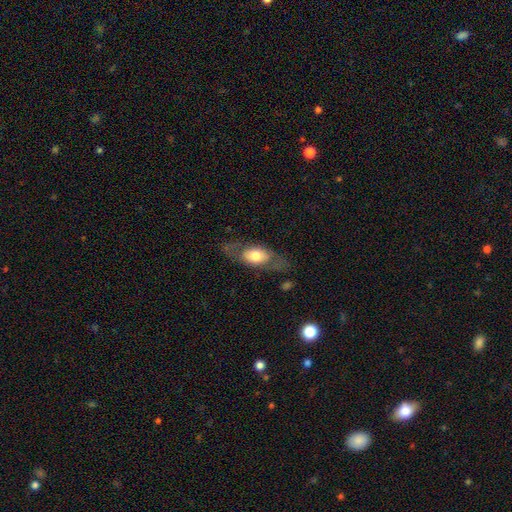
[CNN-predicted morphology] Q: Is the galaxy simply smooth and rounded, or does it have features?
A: featured or disk — 48%.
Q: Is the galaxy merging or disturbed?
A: none — 70%.